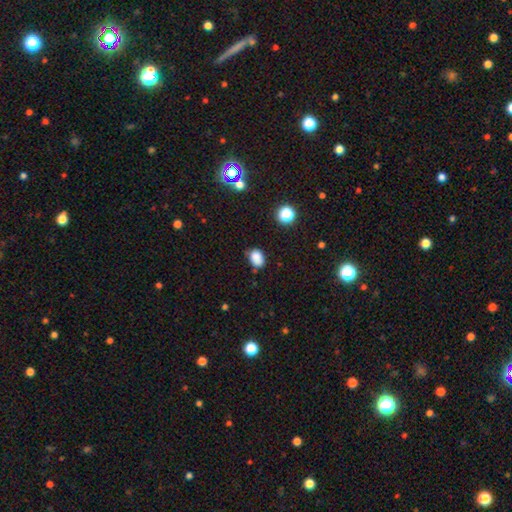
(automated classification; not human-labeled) This appears to be a smooth galaxy with no disk features (84%) that is in between round and cigar-shaped (74%). Merging: none (71%).